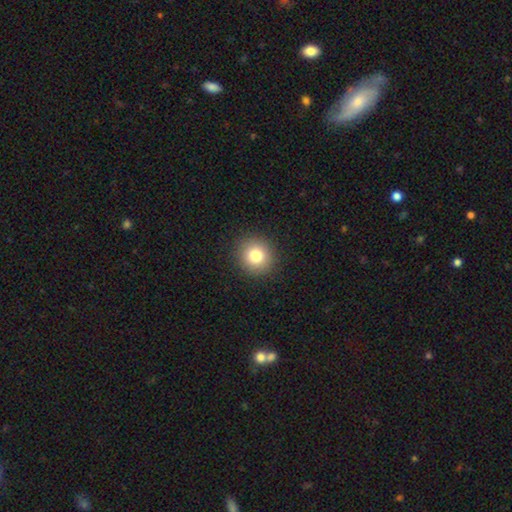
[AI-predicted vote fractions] Overall: smooth (81%). How rounded: round (91%). Merging: none (91%).